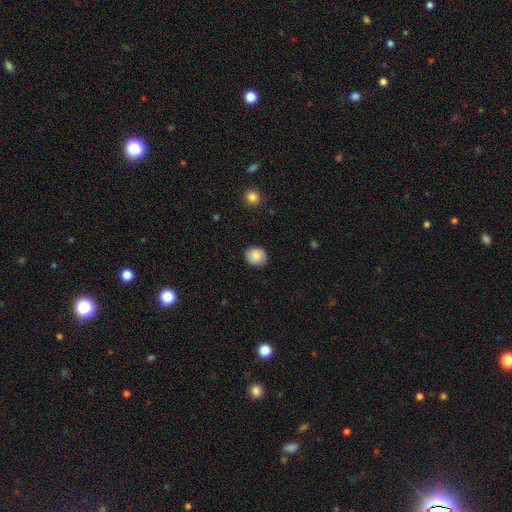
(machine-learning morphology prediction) smooth 87%, star or artifact 7%, featured or disk 5%. Down the decision tree: how rounded — round (73%); merging — none (89%).